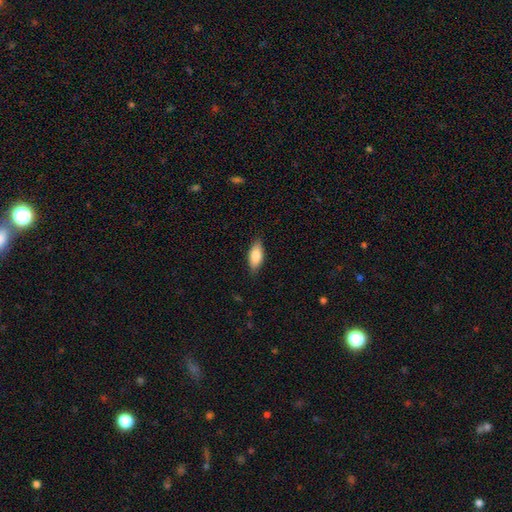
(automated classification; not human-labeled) Smooth or featured? smooth (84%)
How rounded? in between (83%)
Merging? none (86%)